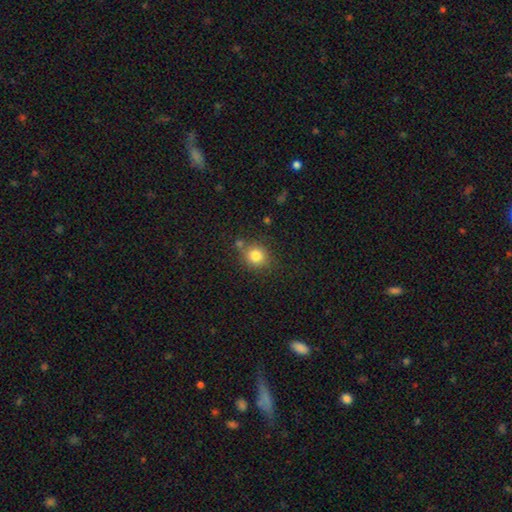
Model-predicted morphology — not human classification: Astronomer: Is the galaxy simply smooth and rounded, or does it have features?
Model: smooth — 81%.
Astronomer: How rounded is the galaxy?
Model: round — 84%.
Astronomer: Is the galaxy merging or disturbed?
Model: none — 74%.